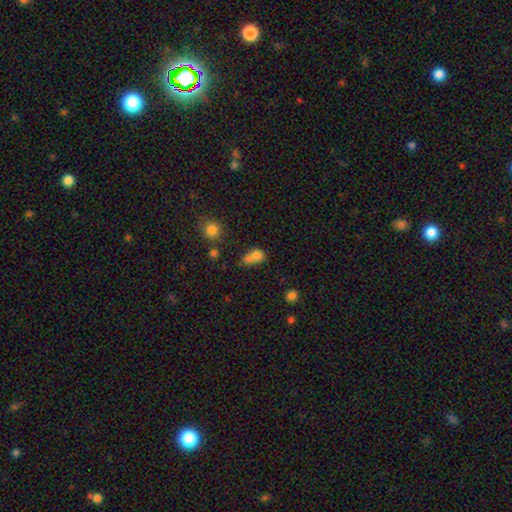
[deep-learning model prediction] This appears to be a smooth galaxy with no disk features (74%) that is round (62%). Merging: merger (58%).